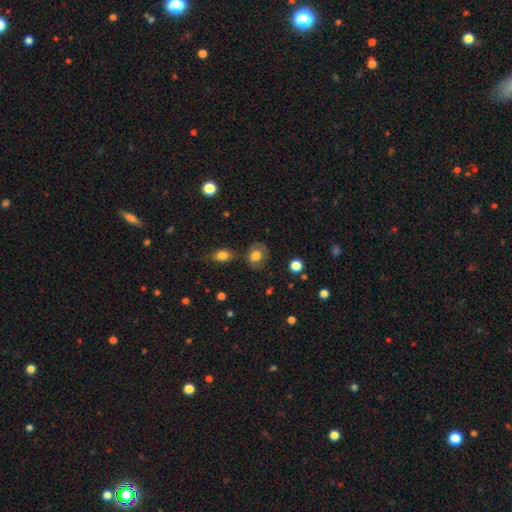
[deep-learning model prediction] This appears to be a smooth galaxy with no disk features (71%) that is round (59%). Merging: none (69%).